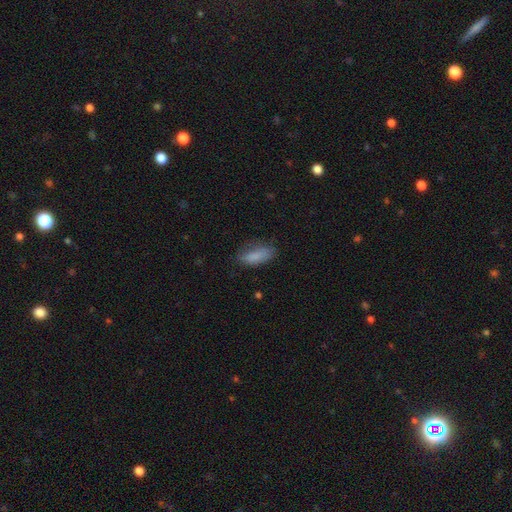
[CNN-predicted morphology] Smooth or featured? smooth (82%)
How rounded? in between (78%)
Merging? none (61%)